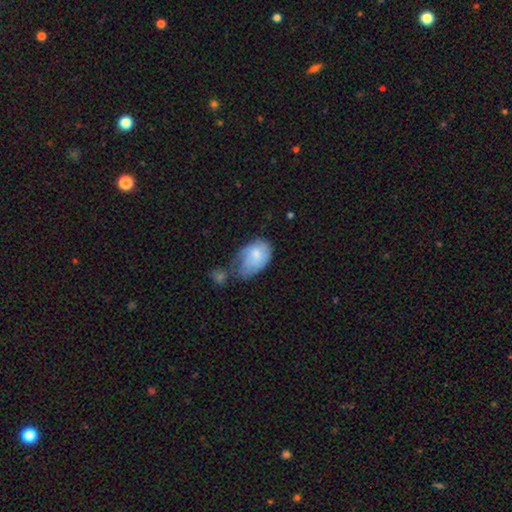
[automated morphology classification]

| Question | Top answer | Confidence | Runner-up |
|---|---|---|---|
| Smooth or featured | smooth | 66% | featured or disk (27%) |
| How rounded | in between | 85% | round (14%) |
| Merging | minor disturbance | 33% | major disturbance (29%) |